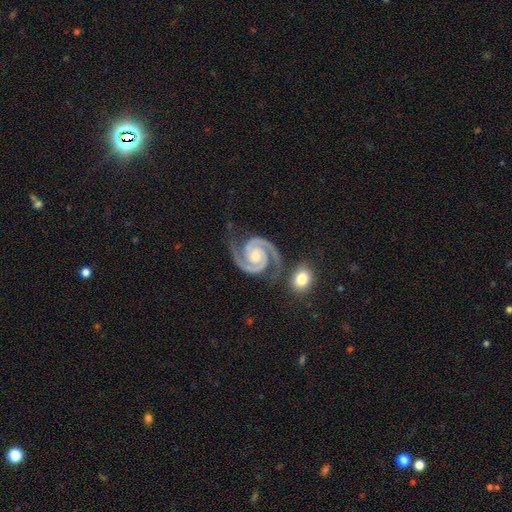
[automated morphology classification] featured or disk 95%, star or artifact 3%, smooth 2%. Down the decision tree: edge-on disk — no (98%); bar — no (65%); spiral arms — yes (99%); spiral arm count — 2 (94%); spiral winding — tight (61%); bulge size — small (45%); merging — none (74%).